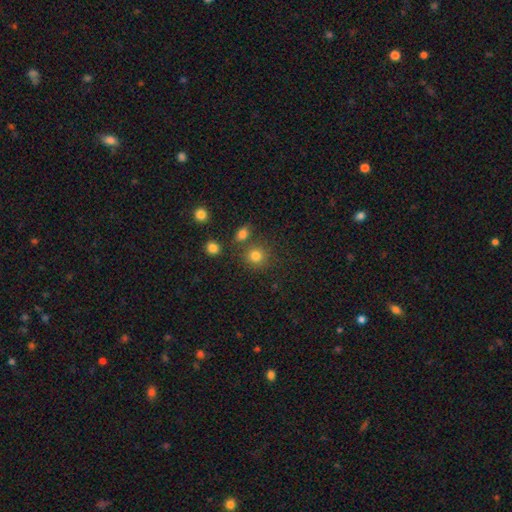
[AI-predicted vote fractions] Q: Smooth or featured?
A: smooth (80%); runner-up: star or artifact (13%)
Q: How rounded?
A: round (88%); runner-up: in between (11%)
Q: Merging?
A: none (76%); runner-up: merger (11%)